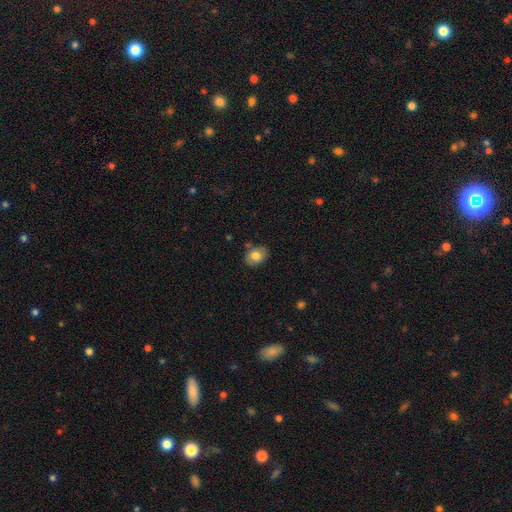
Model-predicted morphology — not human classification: A smooth galaxy with no disk features (78%) that is in between round and cigar-shaped (71%). Merging: none (80%).